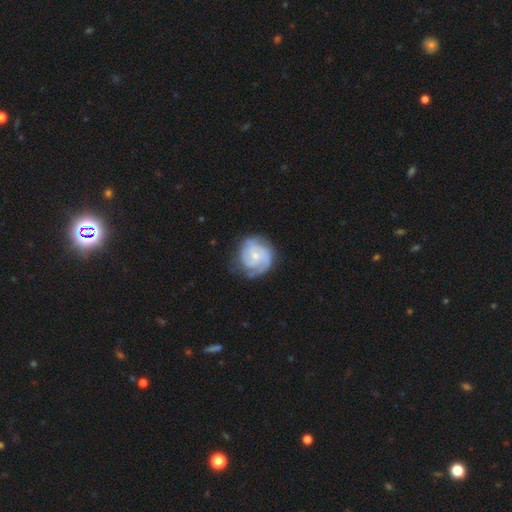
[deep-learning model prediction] This appears to be a featured or disk galaxy (78%) with no bar (66%), 2 (41%) tight (54%) spiral arms (93%) and a small central bulge (61%). Merging: none (67%).